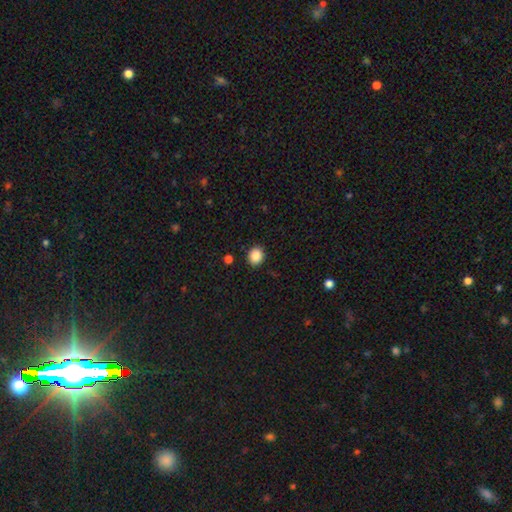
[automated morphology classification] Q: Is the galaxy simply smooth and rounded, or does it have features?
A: smooth — 87%.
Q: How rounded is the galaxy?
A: round — 76%.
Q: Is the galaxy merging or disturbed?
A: none — 90%.